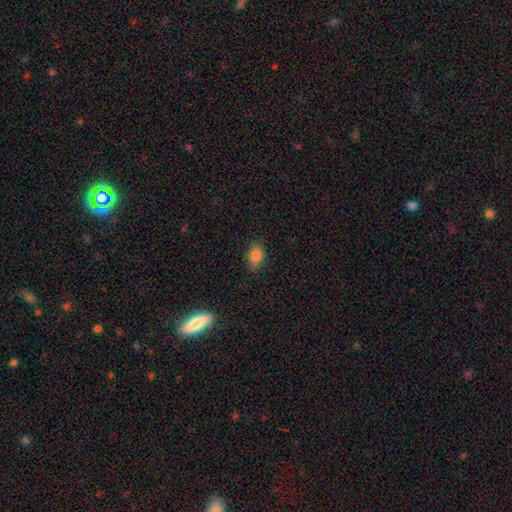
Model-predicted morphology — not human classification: type=smooth (84%); roundness=in between (80%); merging=none (83%).